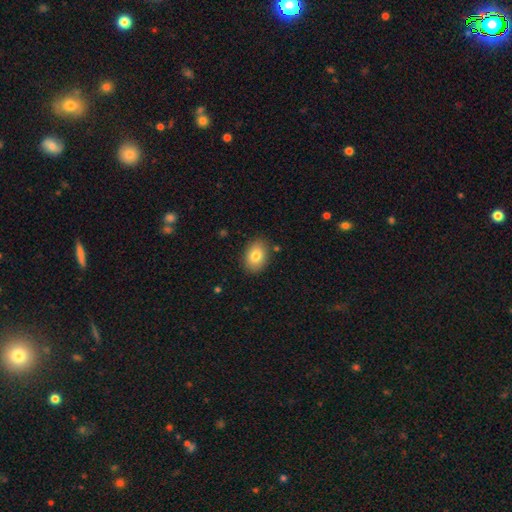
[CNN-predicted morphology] Smooth or featured? smooth (81%)
How rounded? in between (78%)
Merging? none (86%)